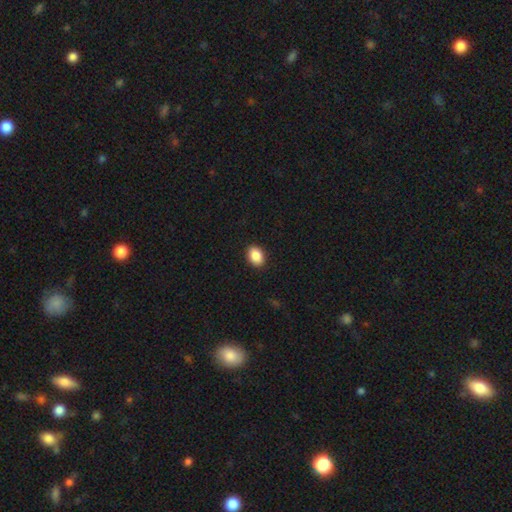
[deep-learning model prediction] Smooth or featured? smooth (88%)
How rounded? in between (72%)
Merging? none (90%)